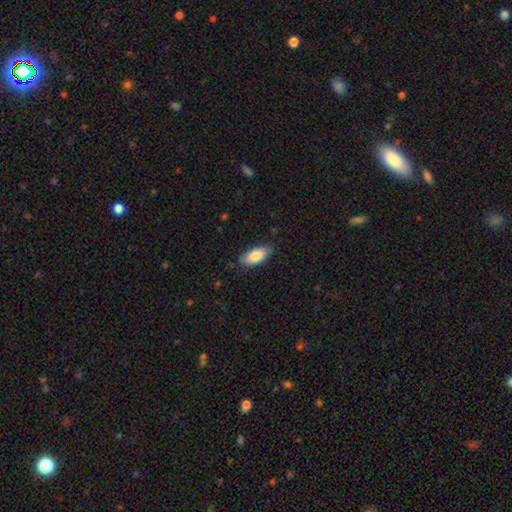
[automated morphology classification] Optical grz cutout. It shows a smooth galaxy with no disk features (86%) that is in between round and cigar-shaped (89%). Merging: none (83%).